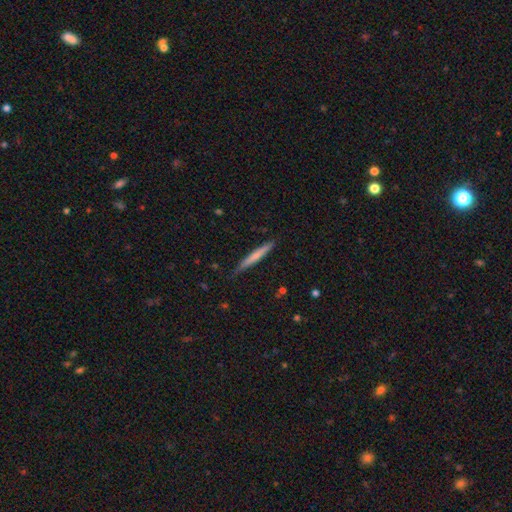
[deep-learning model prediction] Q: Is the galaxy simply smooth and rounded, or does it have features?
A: smooth — 61%.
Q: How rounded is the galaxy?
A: cigar-shaped — 96%.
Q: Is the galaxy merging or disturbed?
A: none — 83%.